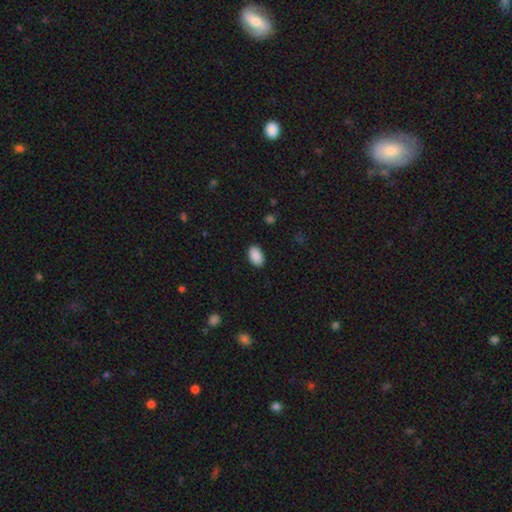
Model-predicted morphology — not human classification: Smooth or featured: smooth — 90% (star or artifact — 7%)
How rounded: in between — 91% (round — 8%)
Merging: none — 88% (minor disturbance — 9%)